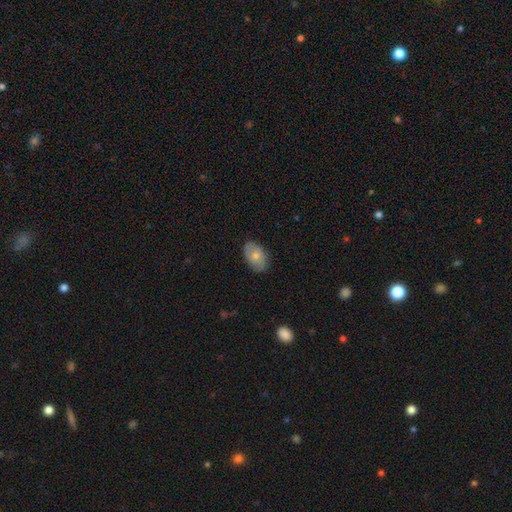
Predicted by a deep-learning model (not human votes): Q: Smooth or featured?
A: smooth (67%); runner-up: featured or disk (26%)
Q: How rounded?
A: in between (88%); runner-up: round (10%)
Q: Merging?
A: none (81%); runner-up: minor disturbance (15%)